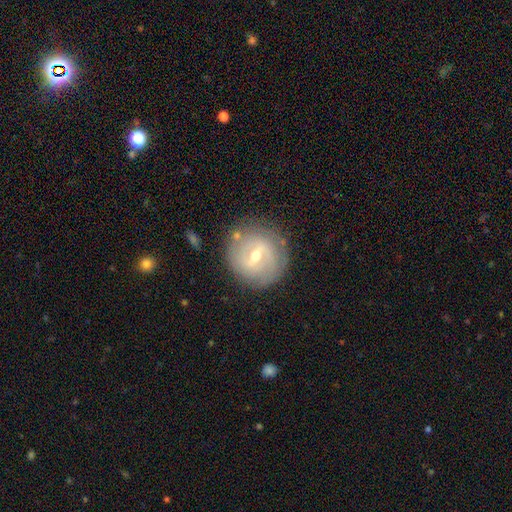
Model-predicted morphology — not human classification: smooth_or_featured: featured or disk (p=0.74) [alt: smooth p=0.20]
disk_edge_on: no (p=0.95) [alt: yes p=0.05]
bar: weak (p=0.55) [alt: strong p=0.32]
has_spiral_arms: yes (p=0.75) [alt: no p=0.25]
spiral_winding: tight (p=0.55) [alt: medium p=0.31]
spiral_arm_count: 2 (p=0.54) [alt: can't tell p=0.30]
bulge_size: moderate (p=0.61) [alt: small p=0.36]
merging: none (p=0.80) [alt: minor disturbance p=0.13]